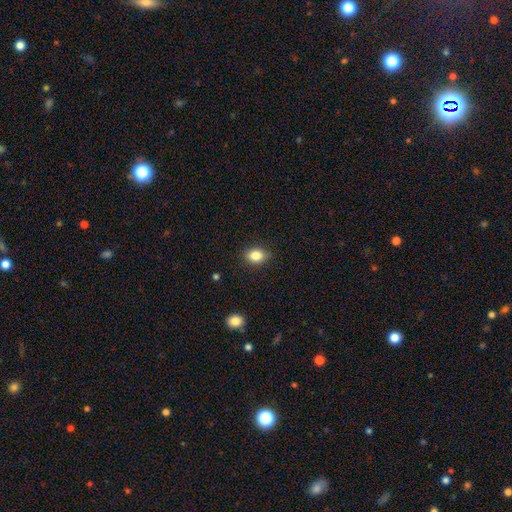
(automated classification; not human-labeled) Smooth or featured? smooth (85%)
How rounded? in between (65%)
Merging? none (86%)